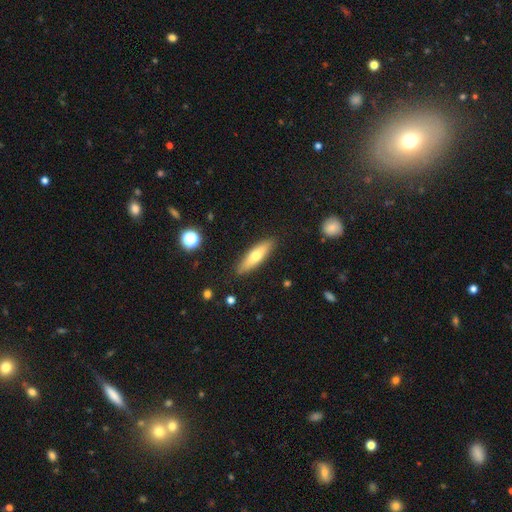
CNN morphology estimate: Q: Smooth or featured?
A: smooth (62%); runner-up: featured or disk (31%)
Q: How rounded?
A: cigar-shaped (66%); runner-up: in between (32%)
Q: Merging?
A: none (88%); runner-up: minor disturbance (9%)